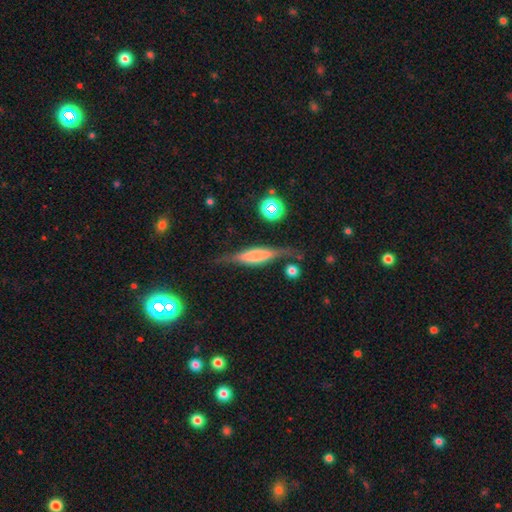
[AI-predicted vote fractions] A featured or disk galaxy (57%) viewed edge-on (93%) with a rounded central bulge (44%).

Vote fractions:
- Smooth or featured? featured or disk: 57% / smooth: 35% / star or artifact: 8%
- Edge-on disk? yes: 93% / no: 7%
- Edge-on bulge? rounded: 44% / boxy: 43% / none: 14%
- Merging? none: 72% / minor disturbance: 19% / major disturbance: 6% / merger: 3%